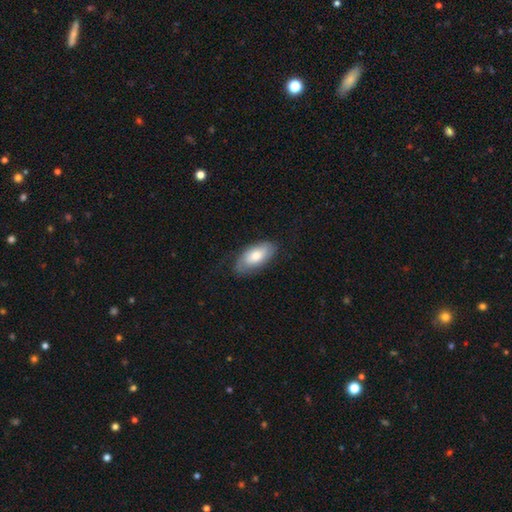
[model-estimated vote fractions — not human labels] smooth-or-featured: smooth: 69% | featured or disk: 25% | star or artifact: 5%
  how-rounded: in between: 92% | cigar-shaped: 6% | round: 2%
  merging: none: 73% | minor disturbance: 21% | major disturbance: 5% | merger: 1%